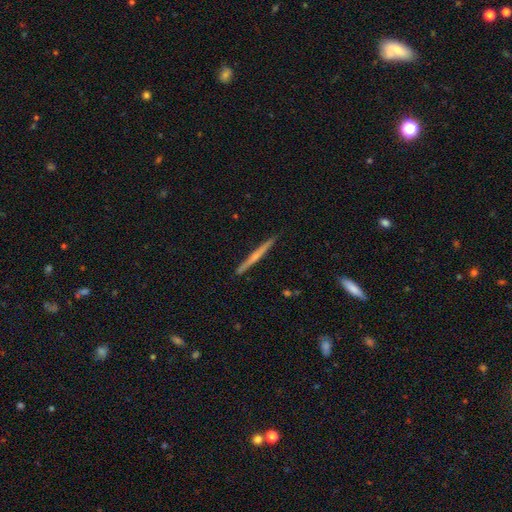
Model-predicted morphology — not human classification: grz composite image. It shows a featured or disk galaxy (56%) viewed edge-on (98%) with no central bulge (61%). Merging: none (92%).